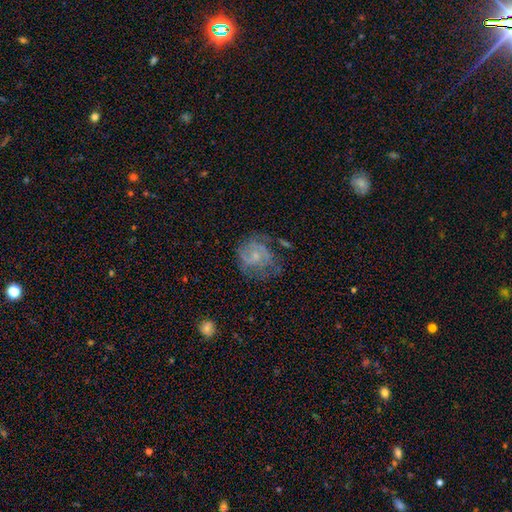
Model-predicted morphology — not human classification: This is possibly a featured or disk galaxy (59%). It is clearly not viewed edge-on (98%). Bar: likely no (73%). Spiral arm pattern: likely yes (63%). Central bulge: likely small (63%). Merging: marginally none (43%).